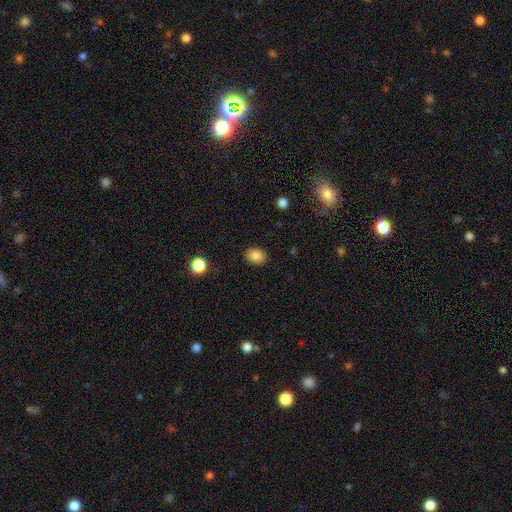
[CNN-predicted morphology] Smooth or featured? Predicted: smooth (p=0.85). How rounded? Predicted: in between (p=0.62). Merging? Predicted: none (p=0.88).